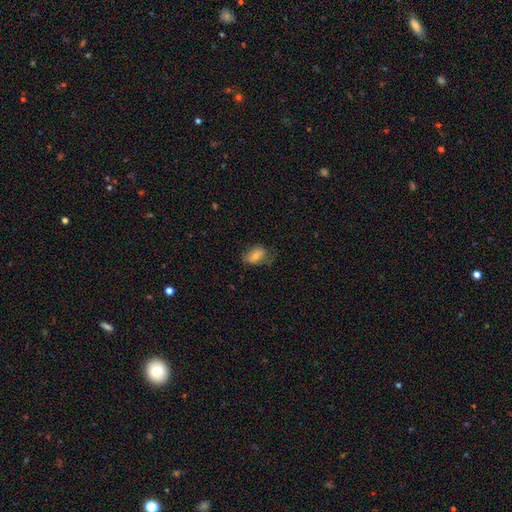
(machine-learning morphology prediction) smooth-or-featured: smooth: 58% | featured or disk: 30% | star or artifact: 12%
  how-rounded: in between: 82% | round: 16% | cigar-shaped: 2%
  merging: none: 58% | minor disturbance: 26% | major disturbance: 14% | merger: 2%